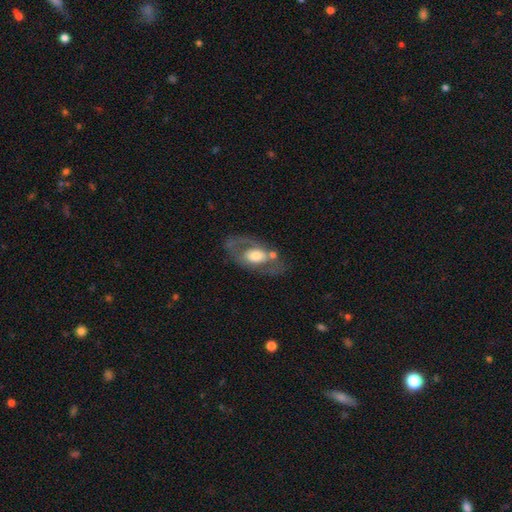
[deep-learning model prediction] Smooth or featured?
  - featured or disk: 56% *
  - smooth: 38%
  - star or artifact: 6%
Edge-on disk?
  - no: 89% *
  - yes: 11%
Merging?
  - none: 60% *
  - minor disturbance: 18%
  - major disturbance: 14%
  - merger: 9%